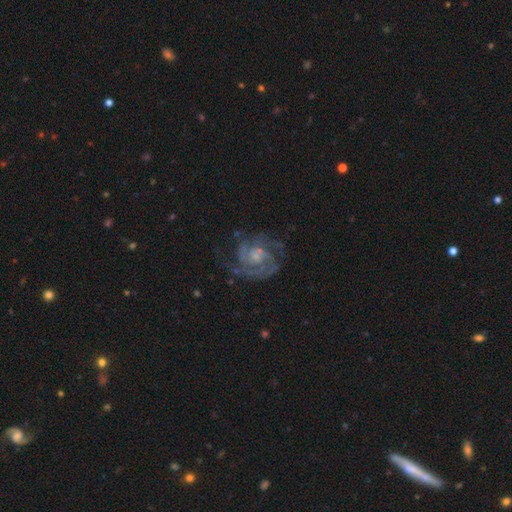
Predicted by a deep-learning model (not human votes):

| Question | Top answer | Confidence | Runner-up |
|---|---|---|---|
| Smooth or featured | featured or disk | 89% | smooth (6%) |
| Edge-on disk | no | 98% | yes (2%) |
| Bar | no | 64% | weak (31%) |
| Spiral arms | yes | 97% | no (3%) |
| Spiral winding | tight | 52% | medium (40%) |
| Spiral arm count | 2 | 44% | 3 (26%) |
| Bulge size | small | 57% | moderate (23%) |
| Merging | none | 68% | minor disturbance (18%) |